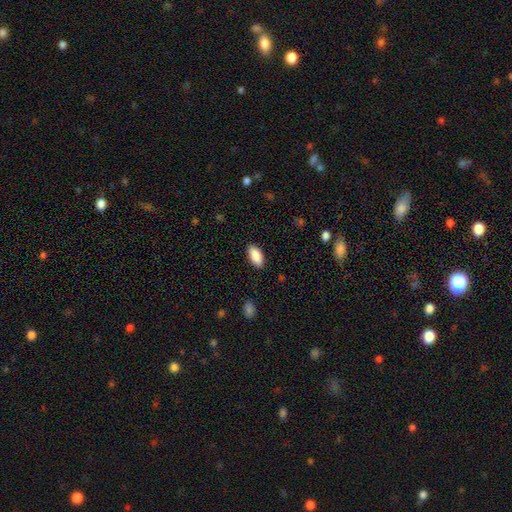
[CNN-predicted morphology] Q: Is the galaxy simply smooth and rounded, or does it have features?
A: smooth — 89%.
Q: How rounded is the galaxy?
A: in between — 92%.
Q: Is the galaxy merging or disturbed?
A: none — 88%.